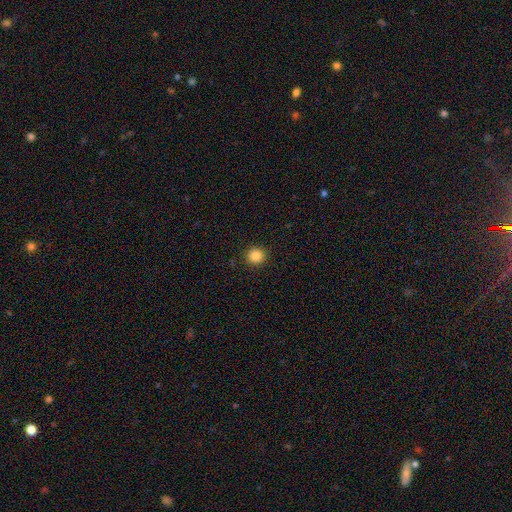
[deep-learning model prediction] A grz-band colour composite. It shows a smooth galaxy with no disk features (86%) that is round (92%). Merging: none (92%).